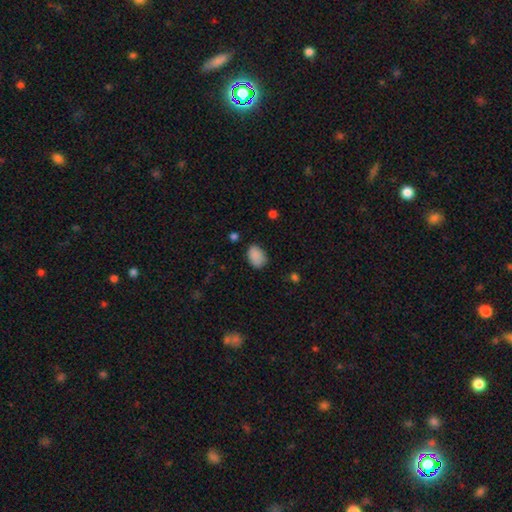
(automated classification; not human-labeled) Smooth or featured: smooth — 88% (star or artifact — 8%)
How rounded: in between — 82% (round — 16%)
Merging: none — 74% (minor disturbance — 21%)